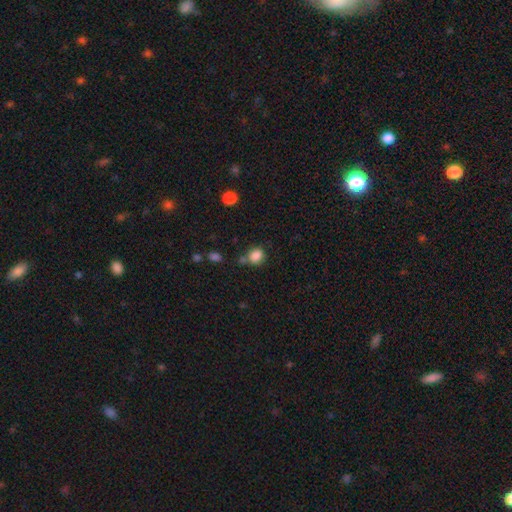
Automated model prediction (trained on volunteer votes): smooth_or_featured: smooth (p=0.85) [alt: star or artifact p=0.11]
how_rounded: round (p=0.64) [alt: in between p=0.35]
merging: none (p=0.61) [alt: minor disturbance p=0.18]